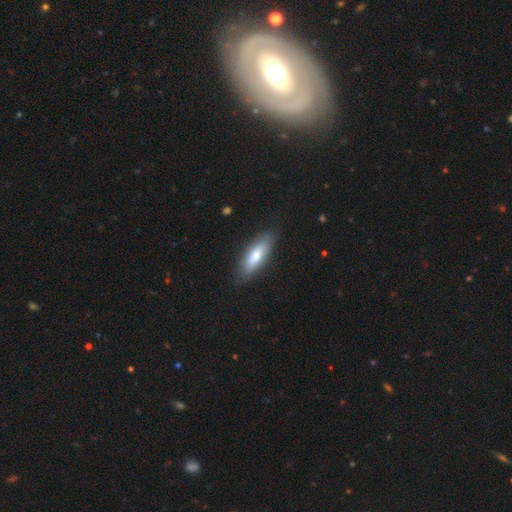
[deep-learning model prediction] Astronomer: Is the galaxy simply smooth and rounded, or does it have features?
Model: smooth — 71%.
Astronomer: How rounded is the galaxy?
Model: in between — 57% (runner-up: cigar-shaped, 41%).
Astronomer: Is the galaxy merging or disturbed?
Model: none — 85%.